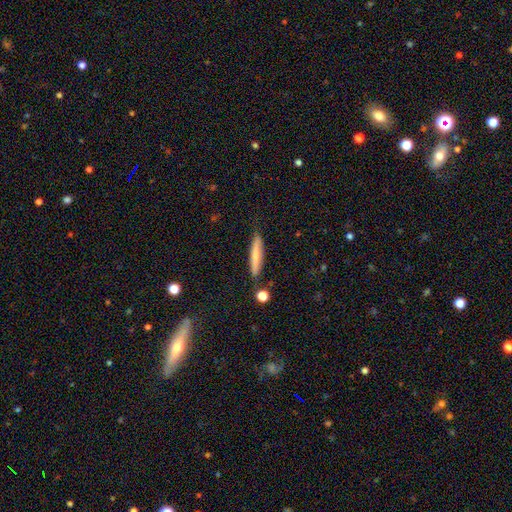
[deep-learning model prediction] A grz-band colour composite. It shows a smooth galaxy with no disk features (67%) that is cigar-shaped (91%). Merging: none (80%).